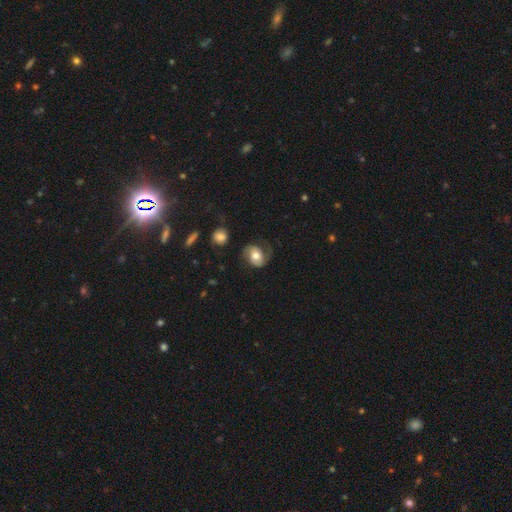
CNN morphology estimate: smooth-or-featured: featured or disk: 54% | smooth: 38% | star or artifact: 8%
  disk-edge-on: no: 97% | yes: 3%
    bar: no: 66% | weak: 26% | strong: 8%
    has-spiral-arms: yes: 87% | no: 13%
    bulge-size: moderate: 63% | large: 22% | small: 10% | dominant: 3% | none: 2%
  merging: none: 55% | minor disturbance: 22% | major disturbance: 21% | merger: 2%